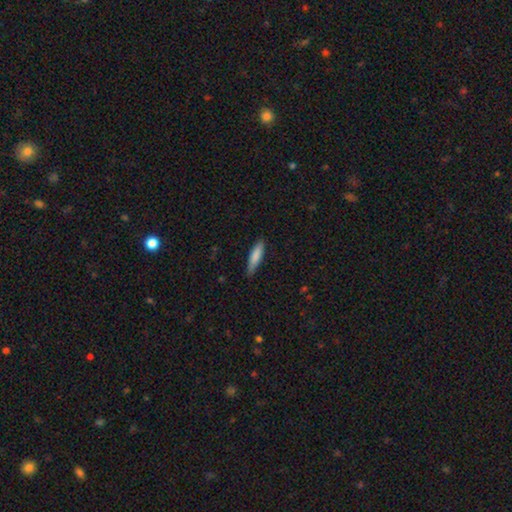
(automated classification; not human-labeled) Morphology: type=smooth (82%); roundness=cigar-shaped (76%); merging=none (82%).